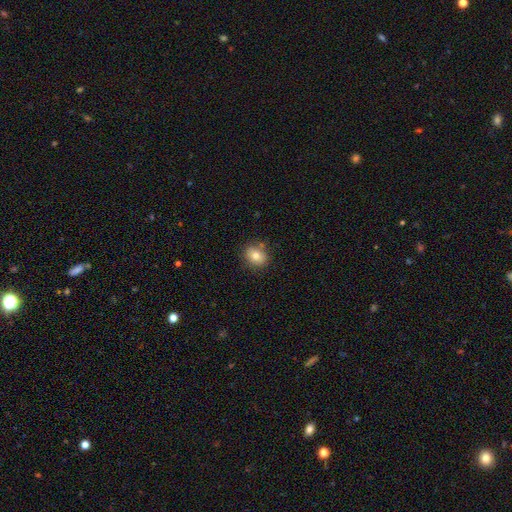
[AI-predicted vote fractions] A smooth galaxy with no disk features (80%) that is round (52%).

Vote fractions:
- Smooth or featured? smooth: 80% / featured or disk: 10% / star or artifact: 10%
- How rounded? round: 52% / in between: 47% / cigar-shaped: 1%
- Merging? none: 82% / minor disturbance: 12% / merger: 4% / major disturbance: 3%